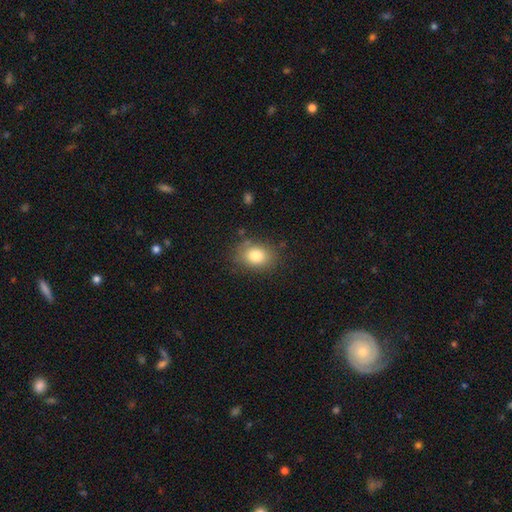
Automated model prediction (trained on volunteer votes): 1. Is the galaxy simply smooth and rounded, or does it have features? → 81% smooth, 10% star or artifact, 9% featured or disk.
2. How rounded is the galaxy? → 62% in between, 37% round, 1% cigar-shaped.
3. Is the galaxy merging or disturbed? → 80% none, 13% minor disturbance, 4% major disturbance, 2% merger.